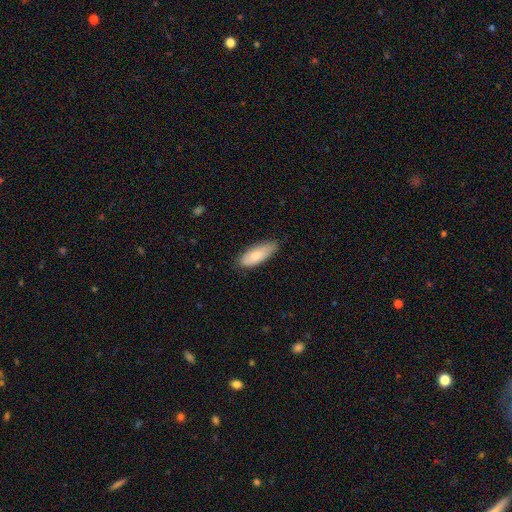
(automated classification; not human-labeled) Smooth or featured?
  - smooth: 77% *
  - featured or disk: 17%
  - star or artifact: 6%
How rounded?
  - in between: 74% *
  - cigar-shaped: 24%
  - round: 2%
Merging?
  - none: 73% *
  - minor disturbance: 22%
  - major disturbance: 3%
  - merger: 1%